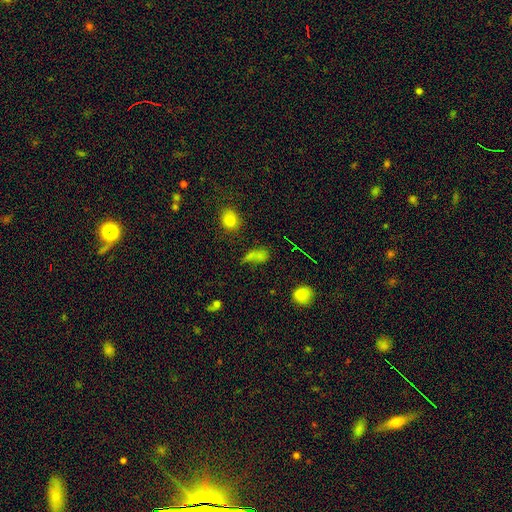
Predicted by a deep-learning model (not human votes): smooth_or_featured: smooth (p=0.63) [alt: star or artifact p=0.25]
how_rounded: in between (p=0.63) [alt: round p=0.28]
merging: none (p=0.46) [alt: merger p=0.20]